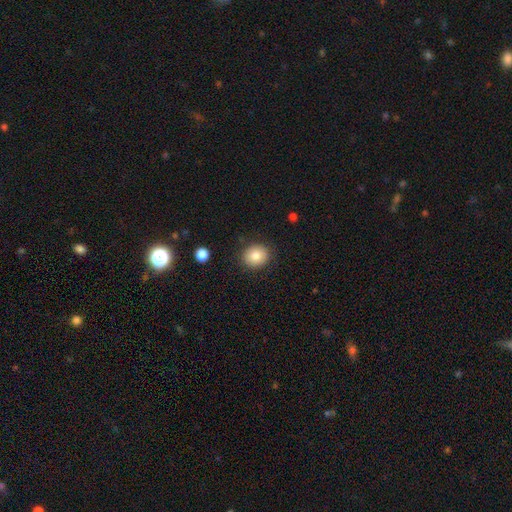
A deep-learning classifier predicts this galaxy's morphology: Overall: smooth (84%). How rounded: round (74%). Merging: none (88%).